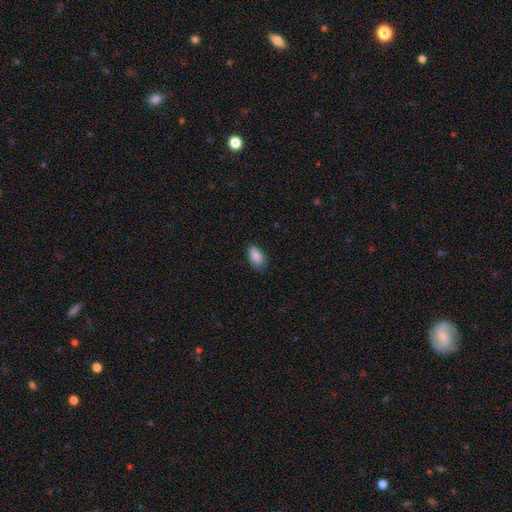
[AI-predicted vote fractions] Smooth or featured: smooth — 89% (star or artifact — 7%)
How rounded: in between — 92% (round — 5%)
Merging: none — 78% (minor disturbance — 18%)